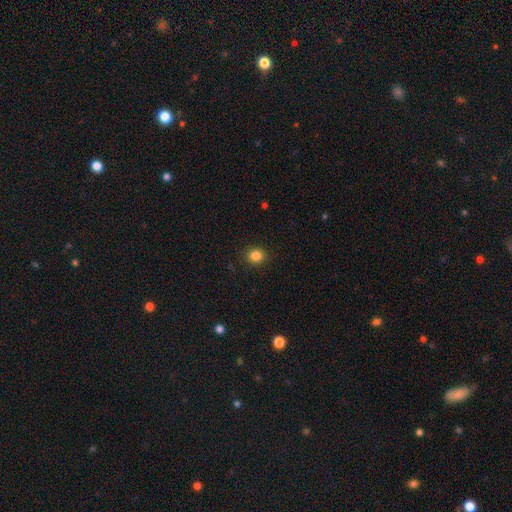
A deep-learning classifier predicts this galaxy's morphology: Q: Smooth or featured?
A: smooth (84%); runner-up: star or artifact (12%)
Q: How rounded?
A: round (83%); runner-up: in between (16%)
Q: Merging?
A: none (90%); runner-up: minor disturbance (7%)